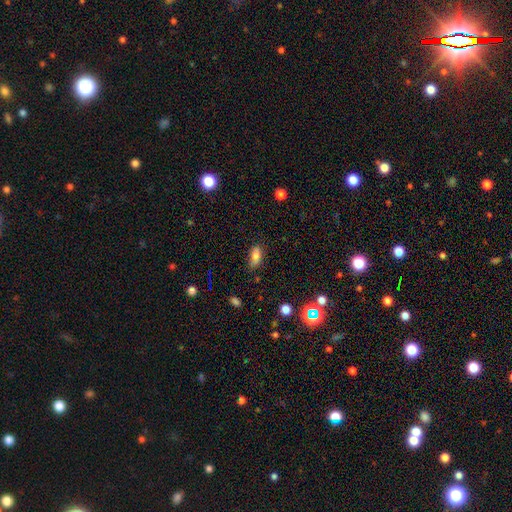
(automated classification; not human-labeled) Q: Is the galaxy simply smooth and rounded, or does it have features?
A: smooth — 76%.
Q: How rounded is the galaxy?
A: in between — 84%.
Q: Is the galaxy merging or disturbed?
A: none — 68%.